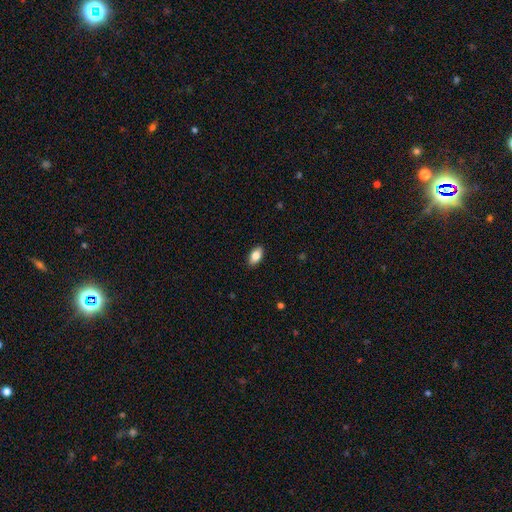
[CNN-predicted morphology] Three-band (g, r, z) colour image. It shows a smooth galaxy with no disk features (84%) that is in between round and cigar-shaped (92%). Merging: none (90%).